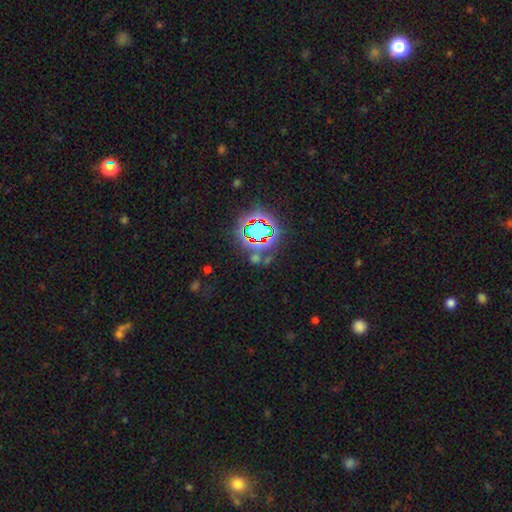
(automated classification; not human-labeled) This appears to be a star or artifact, not a galaxy (73%).